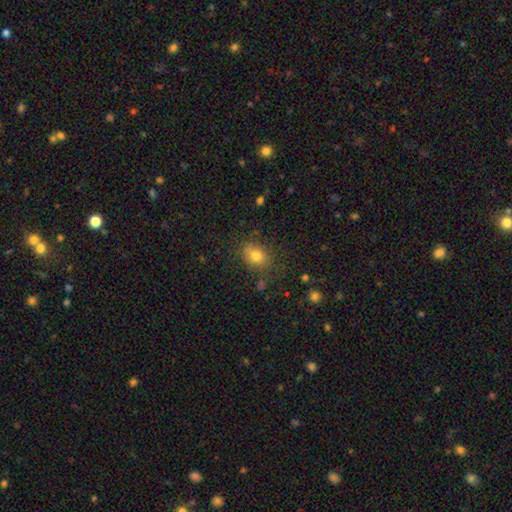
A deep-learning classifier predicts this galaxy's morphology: Smooth or featured: smooth — 80% (star or artifact — 11%)
How rounded: in between — 57% (round — 42%)
Merging: none — 79% (minor disturbance — 15%)